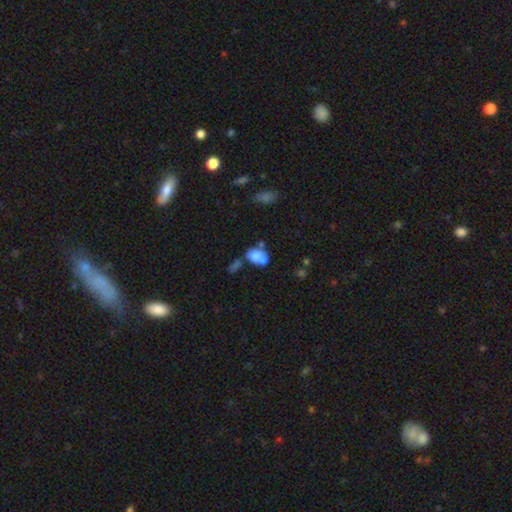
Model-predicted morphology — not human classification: This appears to be a smooth galaxy with no disk features (67%) that is in between round and cigar-shaped (68%). Merging: merger (54%).